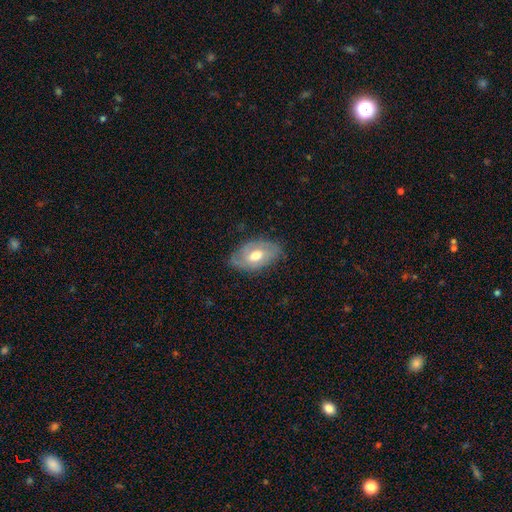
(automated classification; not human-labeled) Smooth or featured? Predicted: featured or disk (p=0.47). Merging? Predicted: none (p=0.68).